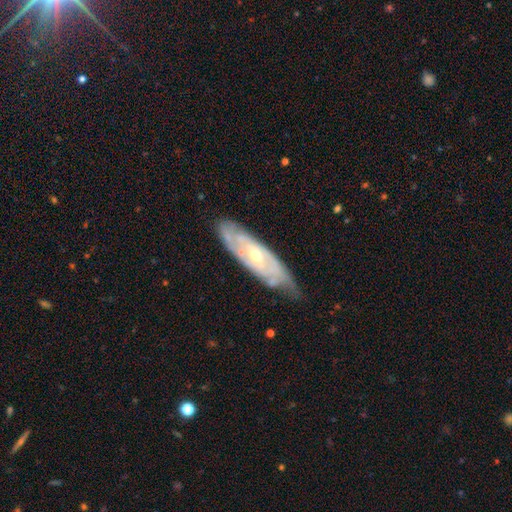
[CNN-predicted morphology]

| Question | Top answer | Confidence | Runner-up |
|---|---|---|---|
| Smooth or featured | featured or disk | 80% | smooth (15%) |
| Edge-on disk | no | 79% | yes (21%) |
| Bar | no | 52% | weak (36%) |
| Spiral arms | yes | 84% | no (16%) |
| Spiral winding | tight | 64% | medium (28%) |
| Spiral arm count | can't tell | 50% | 2 (33%) |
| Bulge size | small | 52% | moderate (45%) |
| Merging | none | 66% | minor disturbance (26%) |